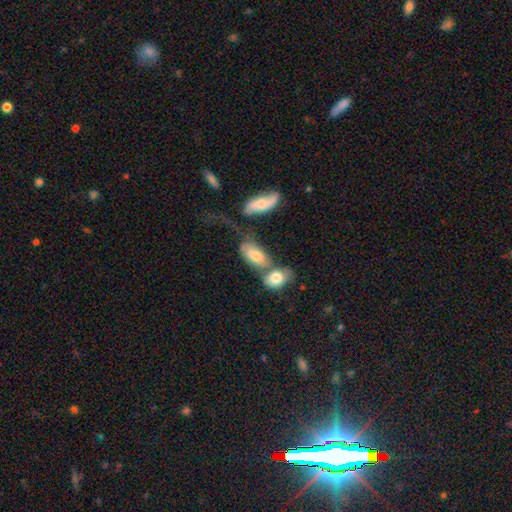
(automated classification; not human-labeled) This appears to be a smooth galaxy with no disk features (64%) that is in between round and cigar-shaped (84%). Merging: merger (52%).